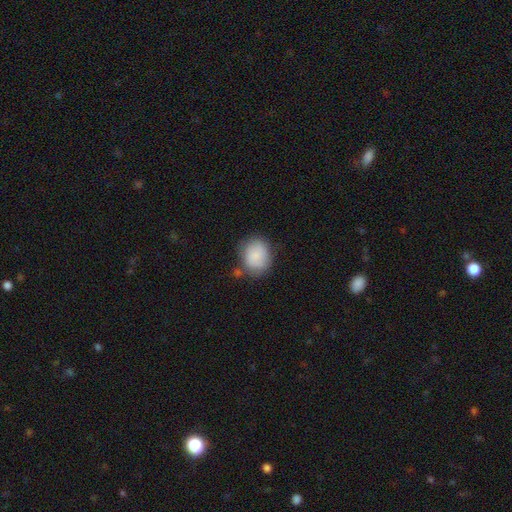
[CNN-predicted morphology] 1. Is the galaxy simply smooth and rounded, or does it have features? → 84% smooth, 9% featured or disk, 7% star or artifact.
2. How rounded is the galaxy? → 64% round, 35% in between, 1% cigar-shaped.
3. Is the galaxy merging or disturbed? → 67% none, 21% minor disturbance, 6% merger, 6% major disturbance.